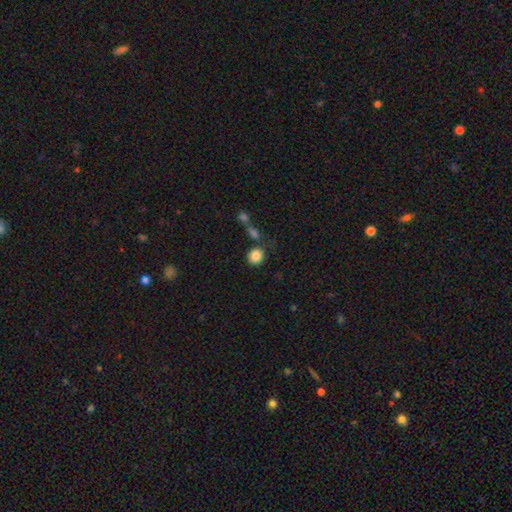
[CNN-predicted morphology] Smooth or featured?
  - smooth: 85% *
  - star or artifact: 9%
  - featured or disk: 6%
How rounded?
  - round: 85% *
  - in between: 14%
  - cigar-shaped: 1%
Merging?
  - none: 75% *
  - minor disturbance: 11%
  - merger: 10%
  - major disturbance: 4%